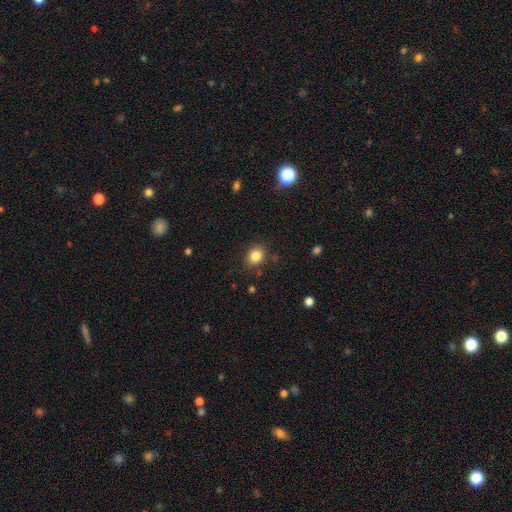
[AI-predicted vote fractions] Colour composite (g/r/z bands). It shows a smooth galaxy with no disk features (84%) that is round (66%). Merging: none (83%).